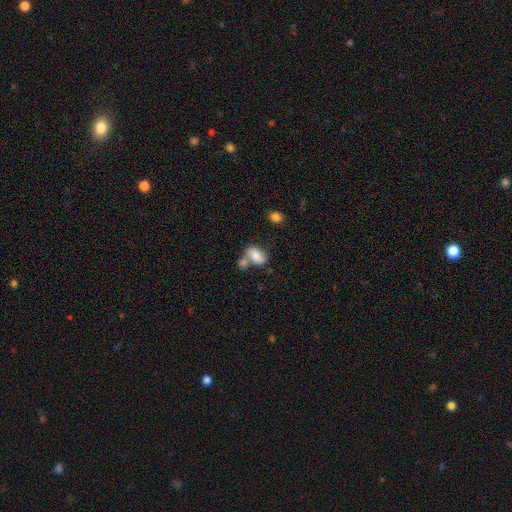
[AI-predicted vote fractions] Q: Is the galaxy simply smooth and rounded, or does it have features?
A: smooth — 67%.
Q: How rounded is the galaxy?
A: in between — 82%.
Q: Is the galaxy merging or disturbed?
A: merger — 43%.